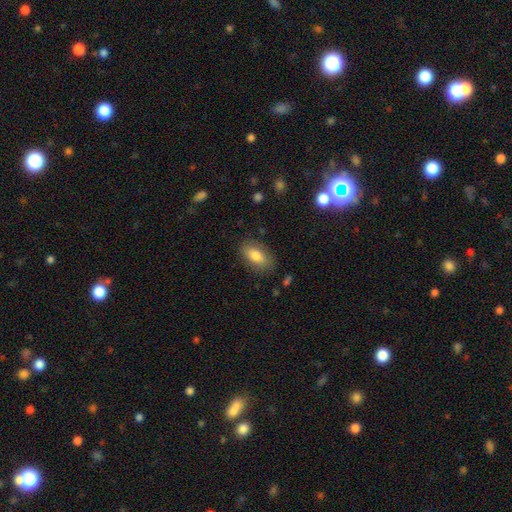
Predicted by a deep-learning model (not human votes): Smooth or featured? Predicted: smooth (p=0.81). How rounded? Predicted: in between (p=0.89). Merging? Predicted: none (p=0.83).